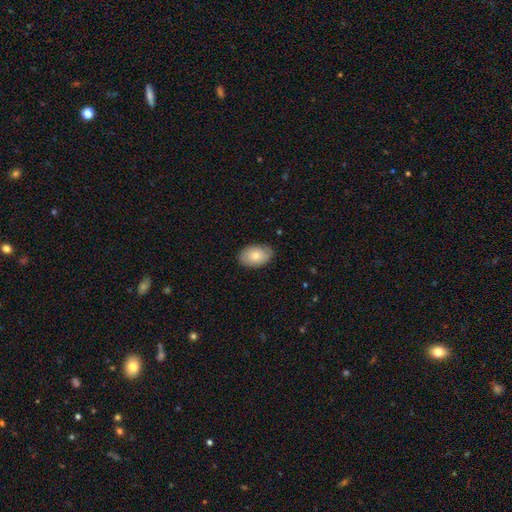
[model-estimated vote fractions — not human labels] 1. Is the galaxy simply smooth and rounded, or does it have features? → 78% smooth, 16% featured or disk, 6% star or artifact.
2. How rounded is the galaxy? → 89% in between, 10% round, 1% cigar-shaped.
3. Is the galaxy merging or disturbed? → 82% none, 14% minor disturbance, 2% major disturbance, 1% merger.